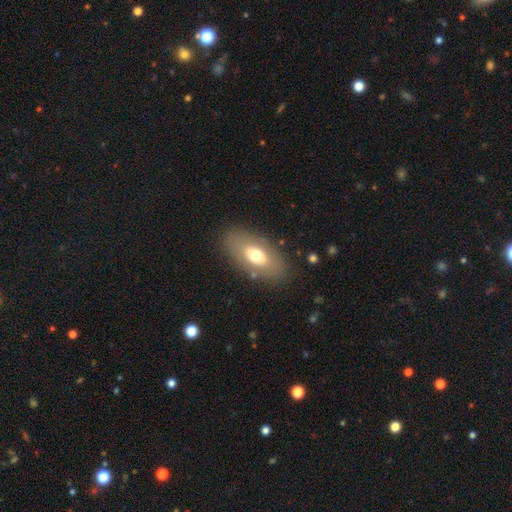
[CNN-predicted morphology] smooth-or-featured: smooth: 63% | featured or disk: 30% | star or artifact: 7%
  how-rounded: in between: 89% | cigar-shaped: 6% | round: 5%
  merging: none: 82% | minor disturbance: 11% | major disturbance: 5% | merger: 2%